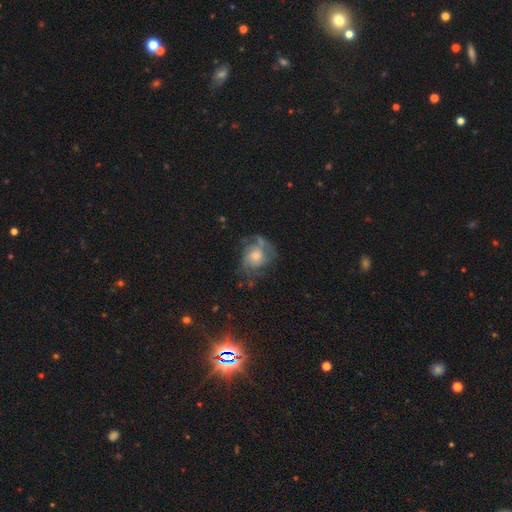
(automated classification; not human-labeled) Overall: featured or disk (67%). Edge-on disk: no (97%). Bar: no (77%). Spiral arms: yes (82%). Spiral arm count: can't tell (33%; 2 27%). Spiral winding: medium (44%; tight 34%). Bulge size: moderate (47%; small 37%). Merging: none (53%; minor disturbance 23%).